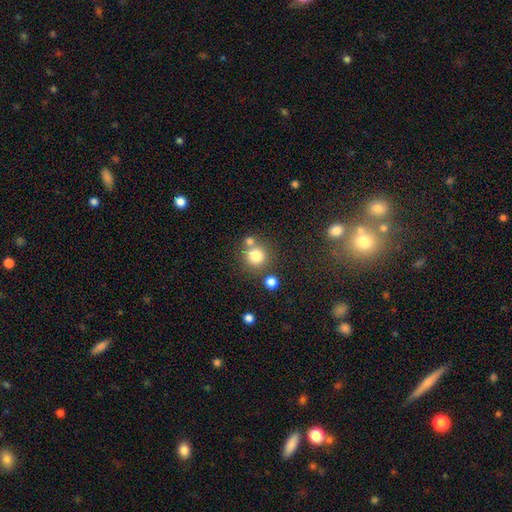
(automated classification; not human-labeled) smooth-or-featured: smooth: 79% | star or artifact: 12% | featured or disk: 8%
  how-rounded: round: 91% | in between: 8% | cigar-shaped: 1%
  merging: none: 65% | merger: 22% | minor disturbance: 9% | major disturbance: 4%